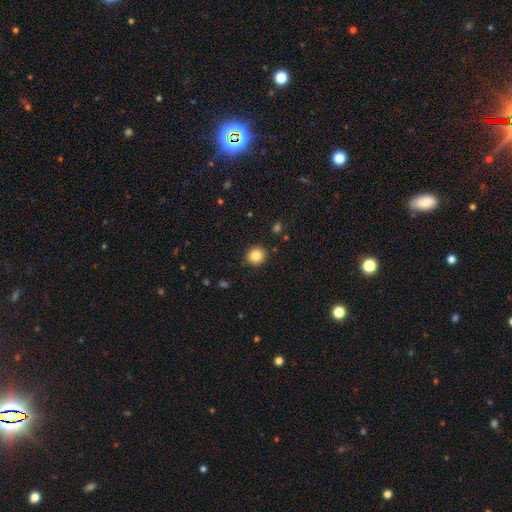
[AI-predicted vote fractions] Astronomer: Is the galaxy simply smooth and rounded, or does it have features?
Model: smooth — 84%.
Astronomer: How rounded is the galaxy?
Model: round — 85%.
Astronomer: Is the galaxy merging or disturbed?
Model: none — 90%.